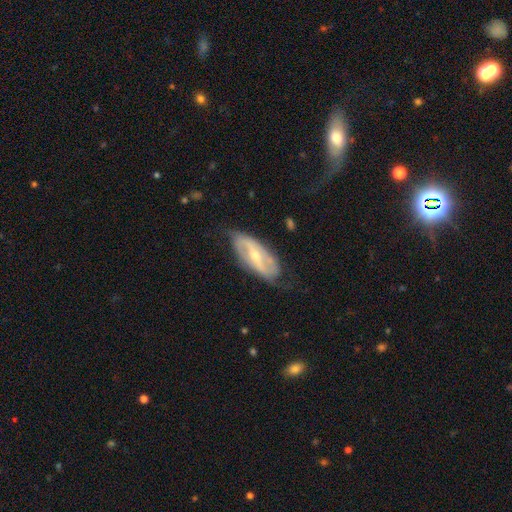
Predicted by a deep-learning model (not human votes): Smooth or featured?
  - featured or disk: 75% *
  - smooth: 19%
  - star or artifact: 6%
Edge-on disk?
  - no: 88% *
  - yes: 12%
Bar?
  - strong: 44% *
  - weak: 39%
  - no: 17%
Spiral arms?
  - yes: 83% *
  - no: 17%
Spiral winding?
  - medium: 38% * (tied)
  - loose: 38% * (tied)
  - tight: 24%
Spiral arm count?
  - 2: 78% *
  - can't tell: 15%
  - 1: 3%
  - 3: 2%
  - 4: 1%
  - more than 4: 1%
Bulge size?
  - moderate: 49% *
  - small: 45%
  - large: 2%
  - none: 2%
  - dominant: 1%
Merging?
  - none: 67% *
  - minor disturbance: 23%
  - major disturbance: 8%
  - merger: 2%